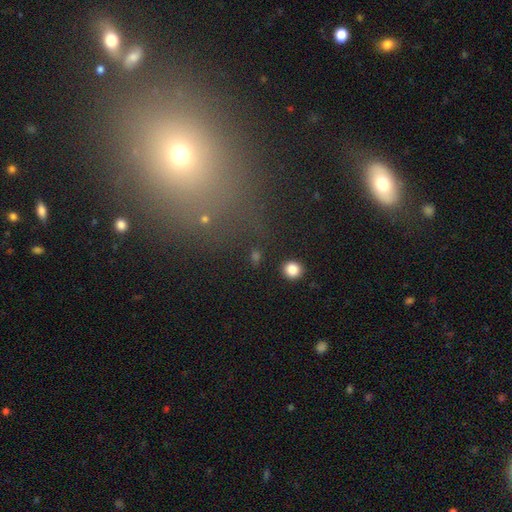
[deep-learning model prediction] Smooth or featured?
  - smooth: 67% *
  - star or artifact: 26%
  - featured or disk: 7%
How rounded?
  - round: 79% *
  - in between: 18%
  - cigar-shaped: 2%
Merging?
  - none: 86% *
  - minor disturbance: 7%
  - major disturbance: 4%
  - merger: 3%